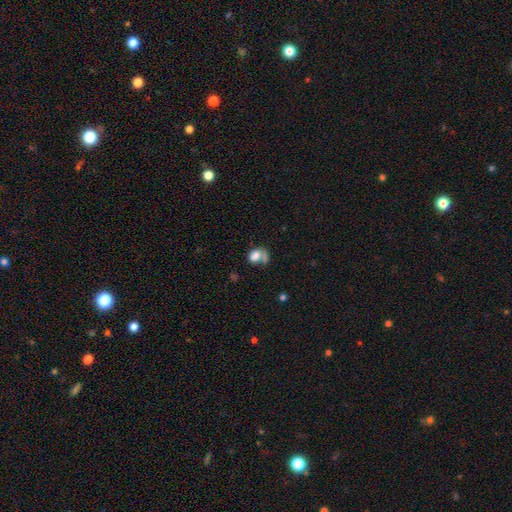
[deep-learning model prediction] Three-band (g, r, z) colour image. It shows a smooth galaxy with no disk features (72%) that is in between round and cigar-shaped (67%). Merging: merger (40%).